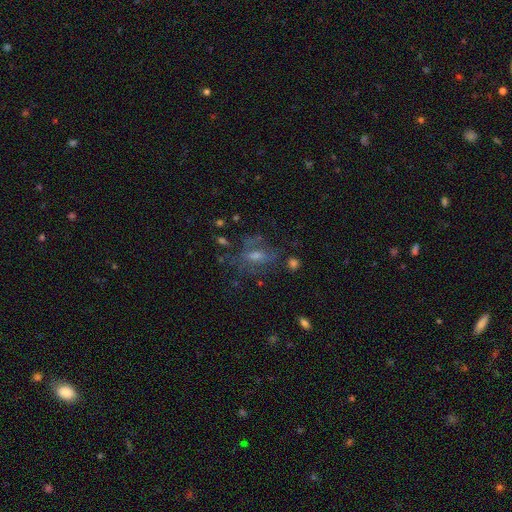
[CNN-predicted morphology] featured or disk 46%, smooth 30%, star or artifact 24%. Down the decision tree: merging — none (54%).